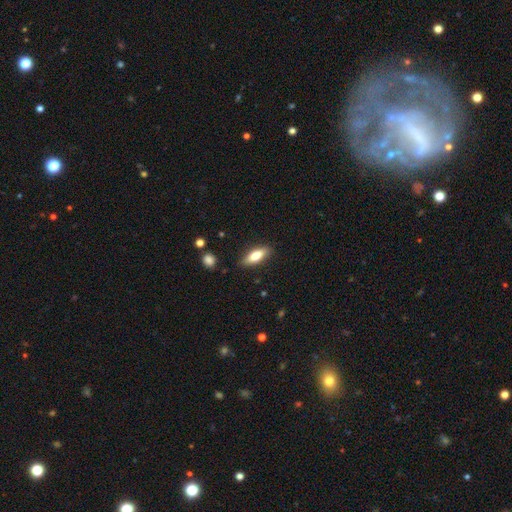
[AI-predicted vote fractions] This is likely a smooth galaxy (74%). How rounded: likely in between (64%). Merging: clearly none (85%).